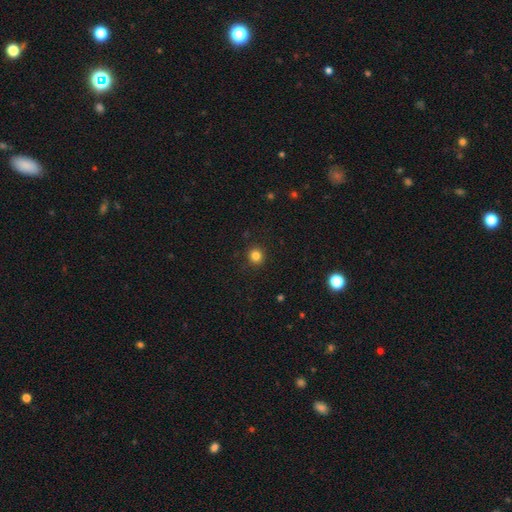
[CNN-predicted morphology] Smooth or featured: smooth — 82% (star or artifact — 13%)
How rounded: round — 92% (in between — 7%)
Merging: none — 92% (minor disturbance — 6%)